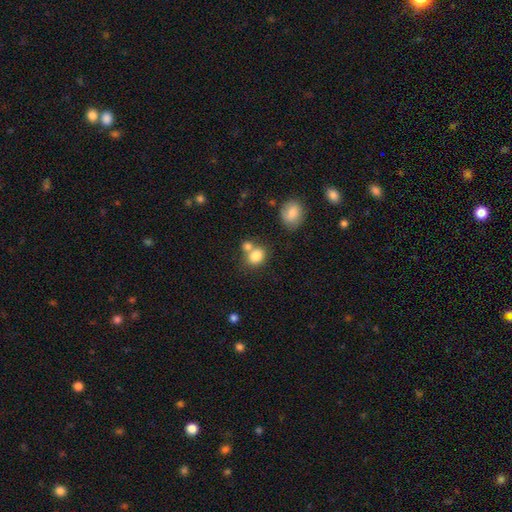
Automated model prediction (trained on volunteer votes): Smooth or featured? Predicted: smooth (p=0.82). How rounded? Predicted: round (p=0.53). Merging? Predicted: none (p=0.50).